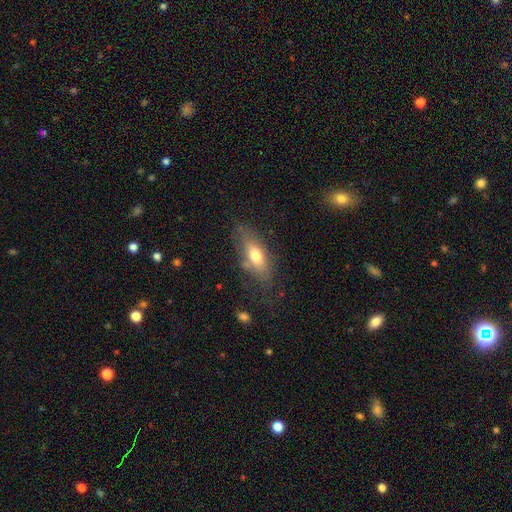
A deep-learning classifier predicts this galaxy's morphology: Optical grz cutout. It shows a smooth galaxy with no disk features (68%) that is in between round and cigar-shaped (77%). Merging: none (65%).